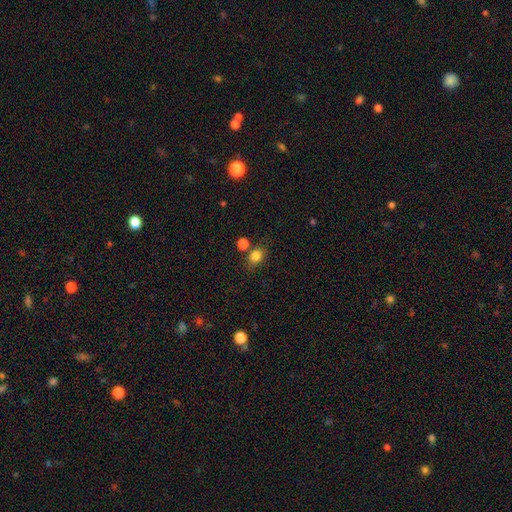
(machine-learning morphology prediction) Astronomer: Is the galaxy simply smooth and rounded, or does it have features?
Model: smooth — 82%.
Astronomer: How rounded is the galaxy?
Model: in between — 50% (runner-up: round, 49%).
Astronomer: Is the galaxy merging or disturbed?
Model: none — 69%.